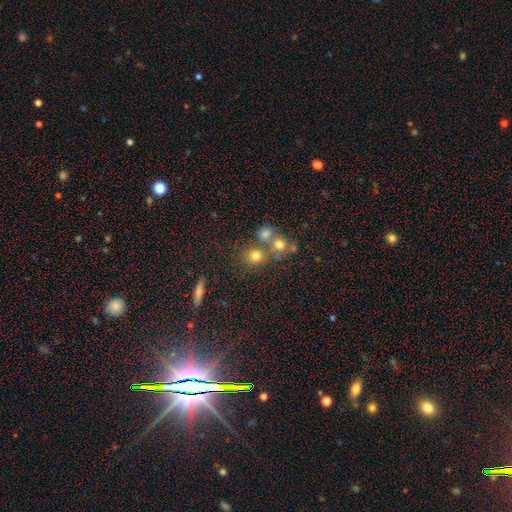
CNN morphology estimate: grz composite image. It shows a smooth galaxy with no disk features (68%) that is round (83%). Merging: none (53%).